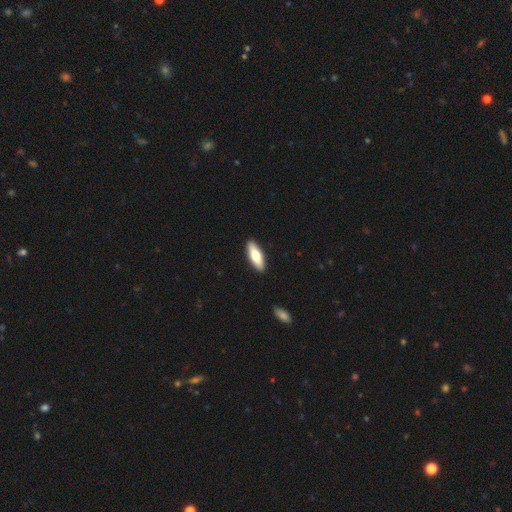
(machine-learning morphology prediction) This appears to be a smooth galaxy with no disk features (66%) that is in between round and cigar-shaped (56%). Merging: none (91%).